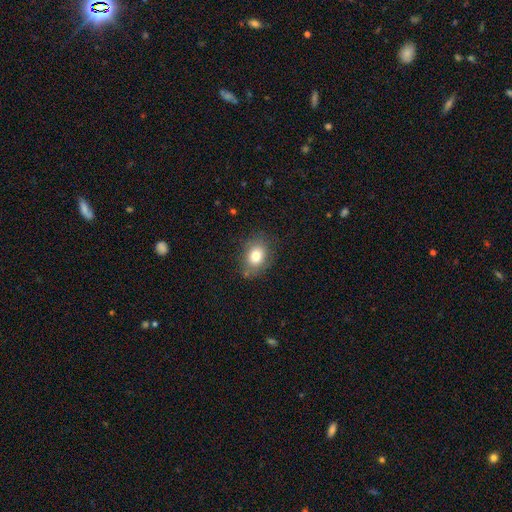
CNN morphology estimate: type=smooth (79%); roundness=in between (62%); merging=none (76%).